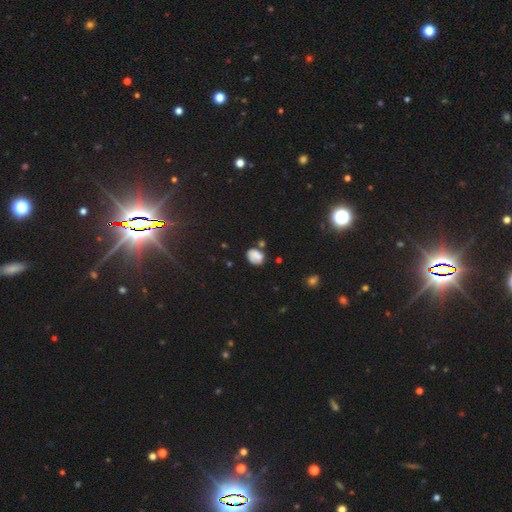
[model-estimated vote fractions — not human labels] Q: Smooth or featured?
A: smooth (76%); runner-up: star or artifact (12%)
Q: How rounded?
A: in between (63%); runner-up: round (35%)
Q: Merging?
A: none (59%); runner-up: minor disturbance (23%)